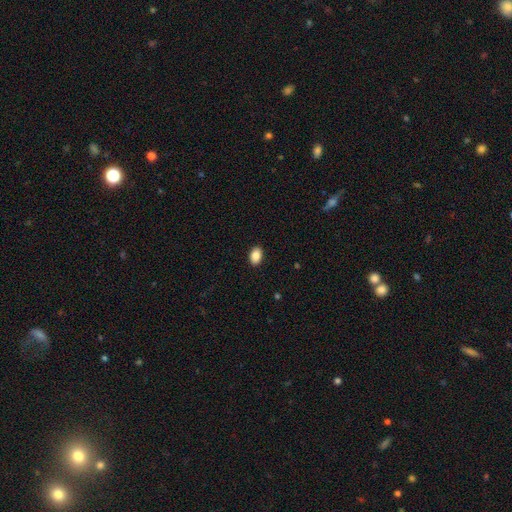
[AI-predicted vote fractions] smooth-or-featured: smooth: 88% | star or artifact: 8% | featured or disk: 4%
  how-rounded: in between: 86% | round: 12% | cigar-shaped: 1%
  merging: none: 90% | minor disturbance: 7% | major disturbance: 2% | merger: 1%